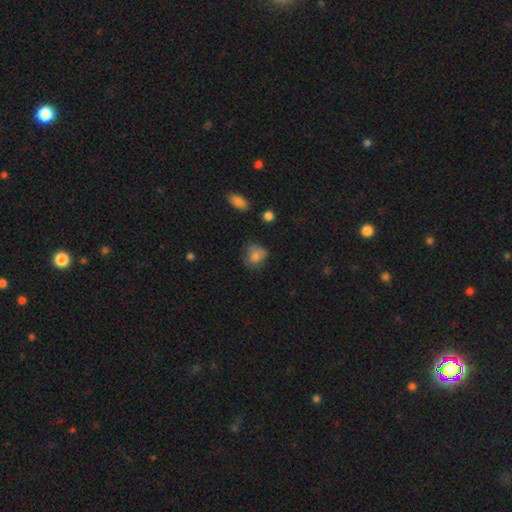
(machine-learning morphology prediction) type=smooth (78%); roundness=round (63%); merging=none (54%).